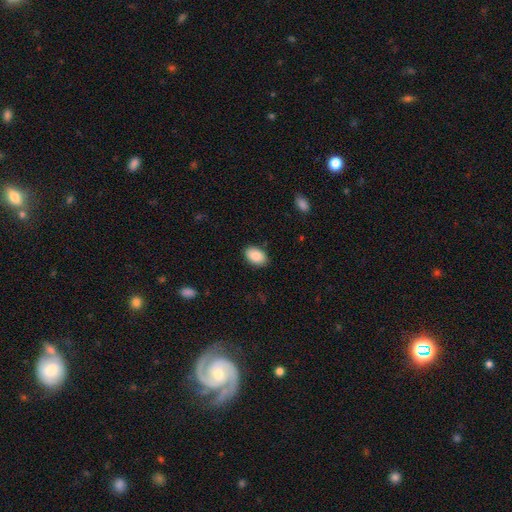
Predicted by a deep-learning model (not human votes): A smooth galaxy with no disk features (87%) that is in between round and cigar-shaped (91%).

Vote fractions:
- Smooth or featured? smooth: 87% / star or artifact: 7% / featured or disk: 7%
- How rounded? in between: 91% / round: 8% / cigar-shaped: 1%
- Merging? none: 87% / minor disturbance: 10% / major disturbance: 2% / merger: 1%